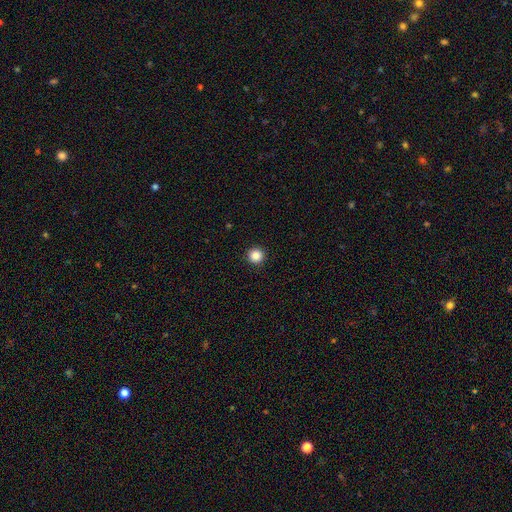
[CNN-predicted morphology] Smooth or featured: smooth — 86% (star or artifact — 11%)
How rounded: round — 96% (in between — 3%)
Merging: none — 93% (minor disturbance — 4%)